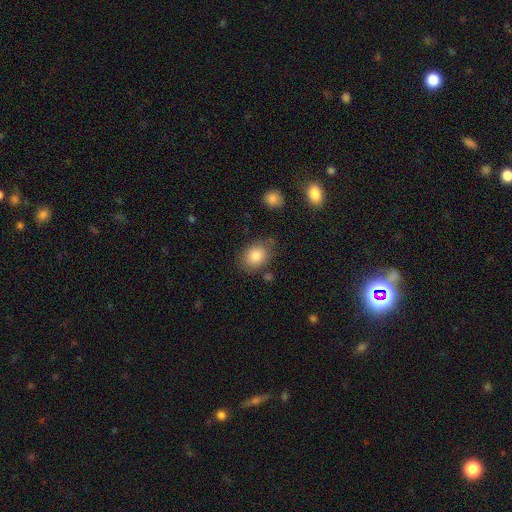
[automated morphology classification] Smooth or featured: smooth — 83% (featured or disk — 9%)
How rounded: in between — 60% (round — 39%)
Merging: none — 73% (minor disturbance — 18%)